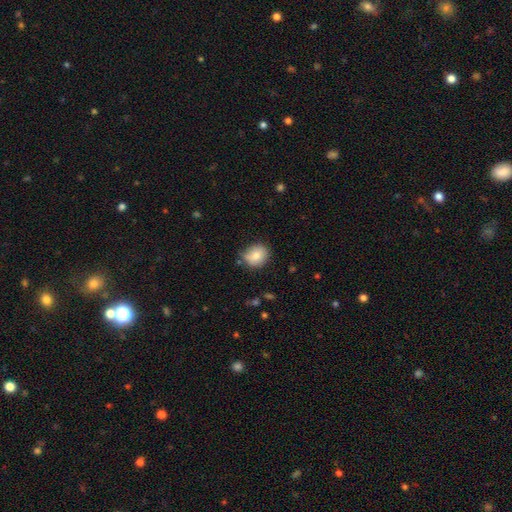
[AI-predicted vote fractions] Smooth or featured? smooth (80%)
How rounded? round (71%)
Merging? none (72%)